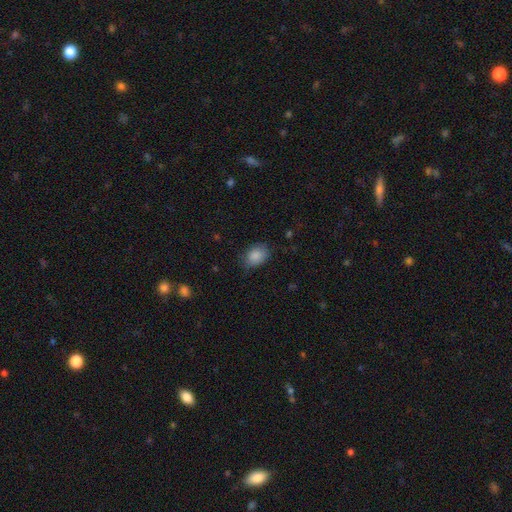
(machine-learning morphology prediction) Overall: smooth (87%). How rounded: in between (70%). Merging: none (74%).